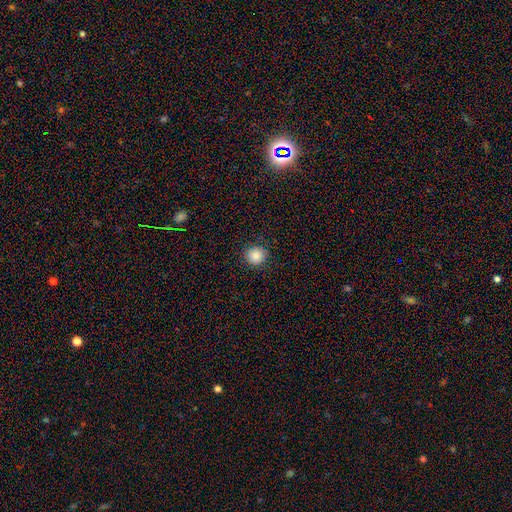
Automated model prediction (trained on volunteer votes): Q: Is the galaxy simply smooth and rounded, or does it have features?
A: smooth — 86%.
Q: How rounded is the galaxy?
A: round — 93%.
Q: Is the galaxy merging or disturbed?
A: none — 90%.